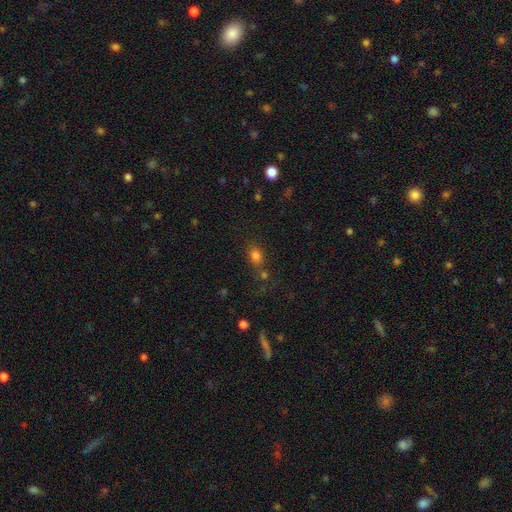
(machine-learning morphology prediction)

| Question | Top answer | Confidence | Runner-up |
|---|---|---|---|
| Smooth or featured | smooth | 76% | star or artifact (16%) |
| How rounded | in between | 57% | round (40%) |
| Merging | none | 54% | merger (25%) |